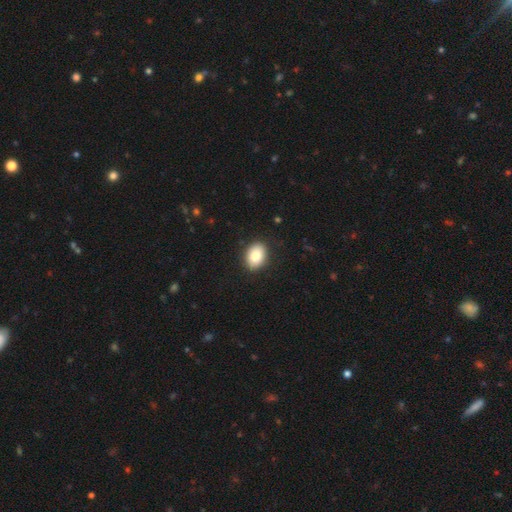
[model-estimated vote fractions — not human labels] Smooth or featured? Predicted: smooth (p=0.85). How rounded? Predicted: in between (p=0.75). Merging? Predicted: none (p=0.88).